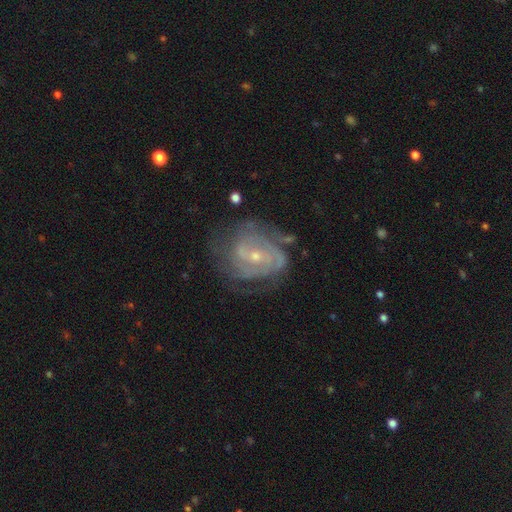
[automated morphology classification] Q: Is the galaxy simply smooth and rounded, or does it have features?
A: featured or disk — 82%.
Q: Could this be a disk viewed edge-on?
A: no — 97%.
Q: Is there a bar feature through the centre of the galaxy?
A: no — 50%.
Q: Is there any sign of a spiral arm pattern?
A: yes — 88%.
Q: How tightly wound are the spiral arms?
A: tight — 57%.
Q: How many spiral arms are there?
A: can't tell — 38%.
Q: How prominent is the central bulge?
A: small — 65%.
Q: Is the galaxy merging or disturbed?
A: none — 60%.